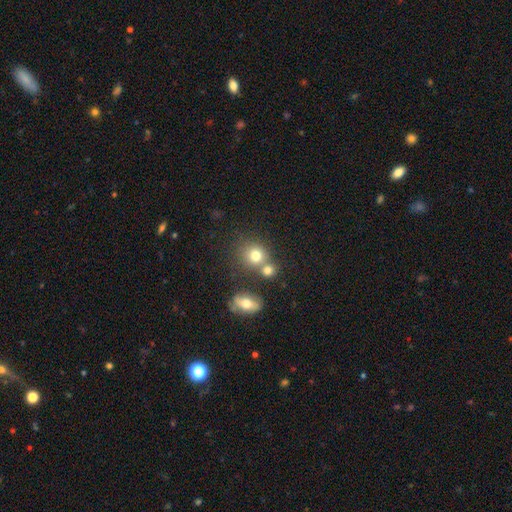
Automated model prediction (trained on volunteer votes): smooth_or_featured: smooth (p=0.77) [alt: star or artifact p=0.13]
how_rounded: round (p=0.78) [alt: in between p=0.20]
merging: none (p=0.54) [alt: merger p=0.31]